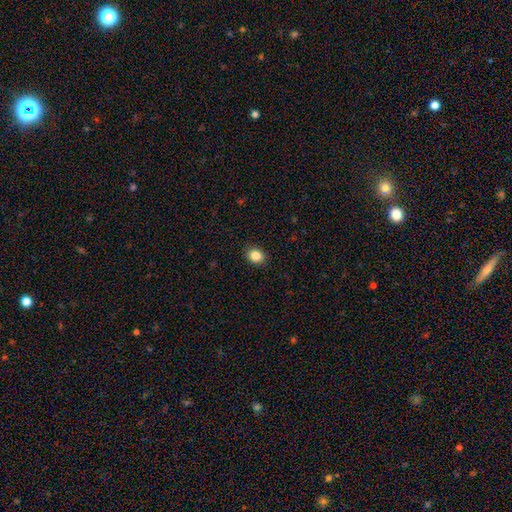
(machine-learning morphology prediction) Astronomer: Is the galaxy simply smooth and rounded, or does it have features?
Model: smooth — 86%.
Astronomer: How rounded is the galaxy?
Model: round — 55% (runner-up: in between, 45%).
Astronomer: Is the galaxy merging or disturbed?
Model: none — 90%.